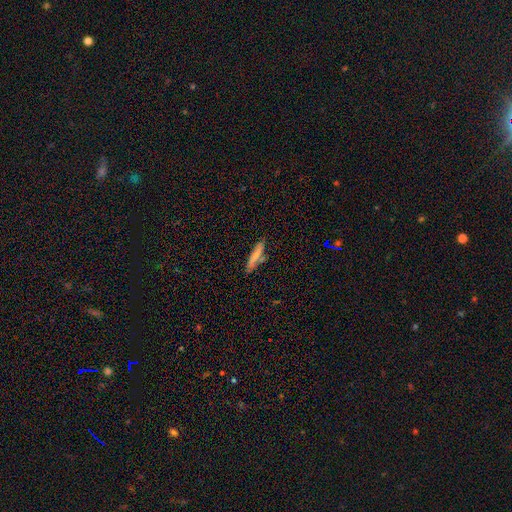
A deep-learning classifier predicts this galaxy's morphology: The model was most divided on "merging": none: 71%, minor disturbance: 18%, merger: 7%, major disturbance: 4%. More confident: how rounded — cigar-shaped (82%); smooth or featured — smooth (73%).